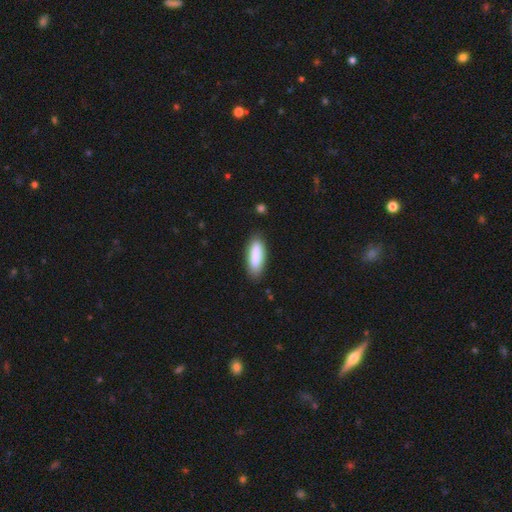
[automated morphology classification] Smooth or featured?
  - smooth: 83% *
  - featured or disk: 11%
  - star or artifact: 6%
How rounded?
  - in between: 58% *
  - cigar-shaped: 40%
  - round: 2%
Merging?
  - none: 82% *
  - minor disturbance: 13%
  - major disturbance: 3%
  - merger: 2%